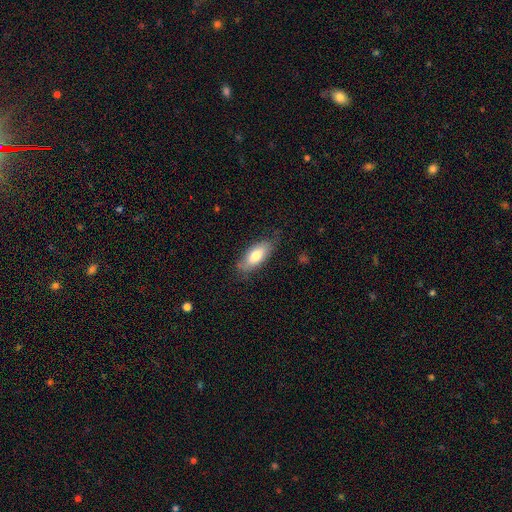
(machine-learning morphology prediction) Smooth or featured? Predicted: smooth (p=0.74). How rounded? Predicted: in between (p=0.82). Merging? Predicted: none (p=0.76).